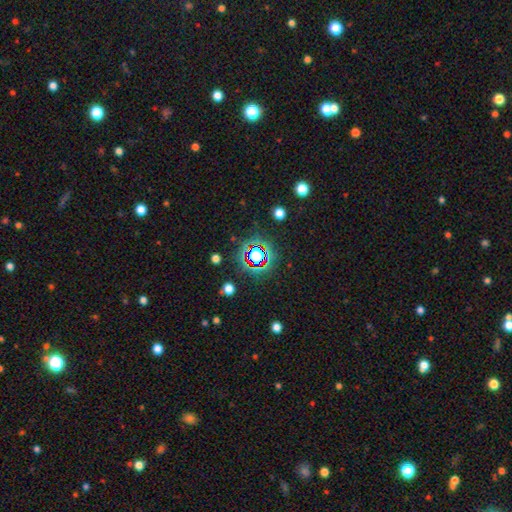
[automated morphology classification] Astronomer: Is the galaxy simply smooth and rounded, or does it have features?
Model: star or artifact — 67%.